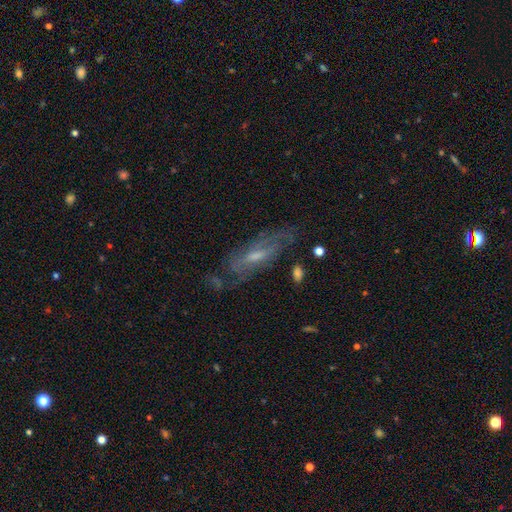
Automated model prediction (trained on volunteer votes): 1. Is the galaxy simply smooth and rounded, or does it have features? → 70% featured or disk, 19% smooth, 11% star or artifact.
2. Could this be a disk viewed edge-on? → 73% no, 27% yes.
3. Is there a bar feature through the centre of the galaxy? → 45% weak, 38% no, 17% strong.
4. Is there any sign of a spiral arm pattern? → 78% yes, 22% no.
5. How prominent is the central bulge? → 47% small, 42% moderate, 7% none, 3% large, 1% dominant.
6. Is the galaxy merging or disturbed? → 67% none, 19% minor disturbance, 10% major disturbance, 3% merger.